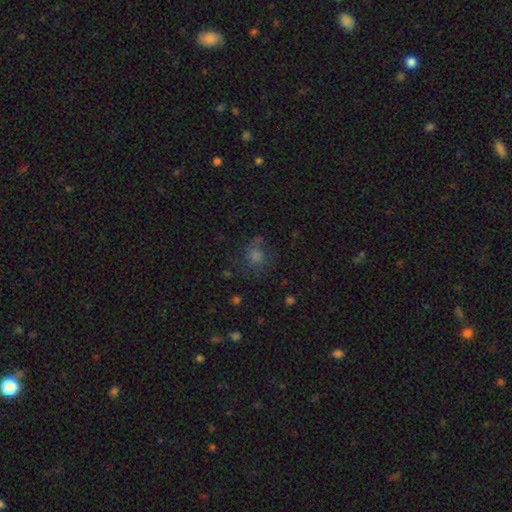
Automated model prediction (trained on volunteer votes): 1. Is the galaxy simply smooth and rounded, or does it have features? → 57% smooth, 28% star or artifact, 16% featured or disk.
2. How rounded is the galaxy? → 78% round, 21% in between, 1% cigar-shaped.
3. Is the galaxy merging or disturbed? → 64% none, 19% minor disturbance, 12% major disturbance, 5% merger.